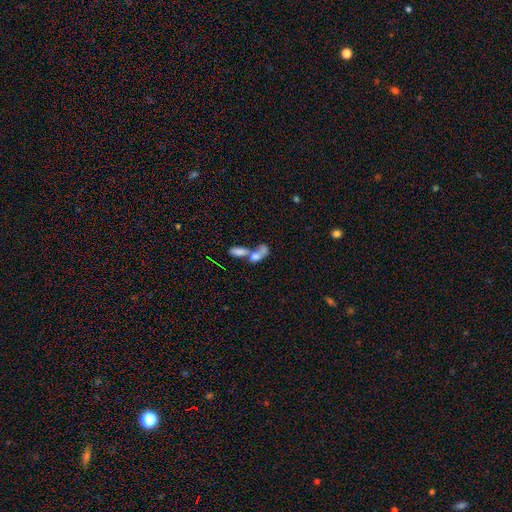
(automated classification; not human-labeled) Smooth or featured? smooth (65%)
How rounded? in between (73%)
Merging? merger (74%)